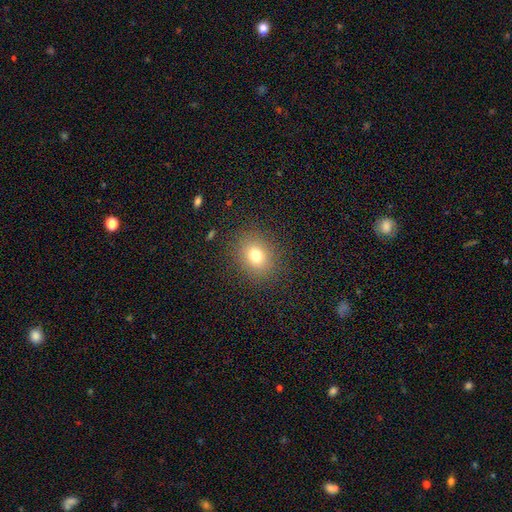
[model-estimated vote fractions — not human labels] A smooth galaxy with no disk features (76%) that is round (60%).

Vote fractions:
- Smooth or featured? smooth: 76% / star or artifact: 14% / featured or disk: 10%
- How rounded? round: 60% / in between: 39% / cigar-shaped: 1%
- Merging? none: 87% / minor disturbance: 8% / major disturbance: 4% / merger: 1%